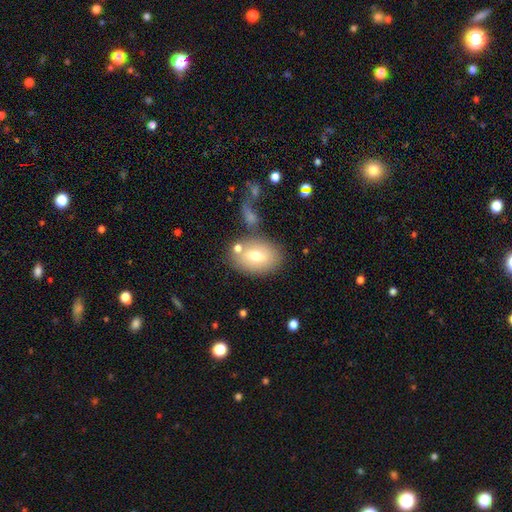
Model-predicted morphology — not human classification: smooth-or-featured: smooth: 64% | featured or disk: 27% | star or artifact: 9%
  how-rounded: in between: 80% | round: 19% | cigar-shaped: 1%
  merging: none: 68% | minor disturbance: 14% | merger: 12% | major disturbance: 6%